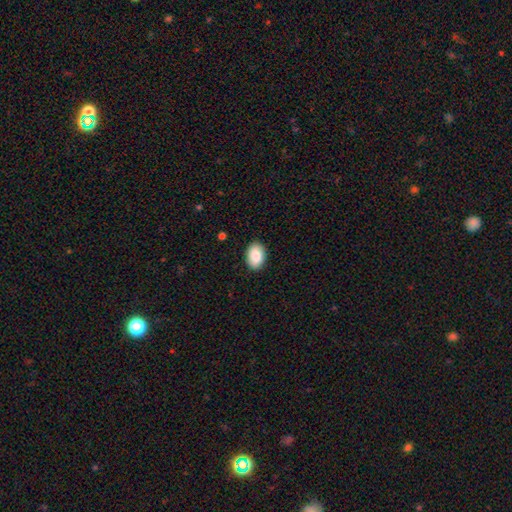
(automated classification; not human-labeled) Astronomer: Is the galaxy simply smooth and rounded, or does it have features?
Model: smooth — 87%.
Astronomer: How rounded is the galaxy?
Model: in between — 85%.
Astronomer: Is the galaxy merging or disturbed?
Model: none — 89%.